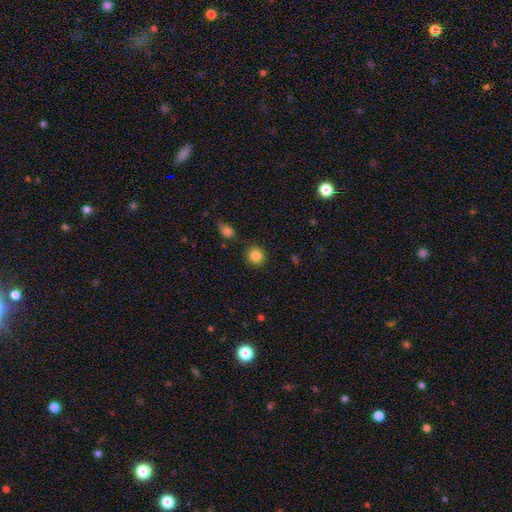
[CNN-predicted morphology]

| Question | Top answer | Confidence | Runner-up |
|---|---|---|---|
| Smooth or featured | smooth | 85% | star or artifact (10%) |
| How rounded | round | 87% | in between (12%) |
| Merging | none | 86% | minor disturbance (8%) |